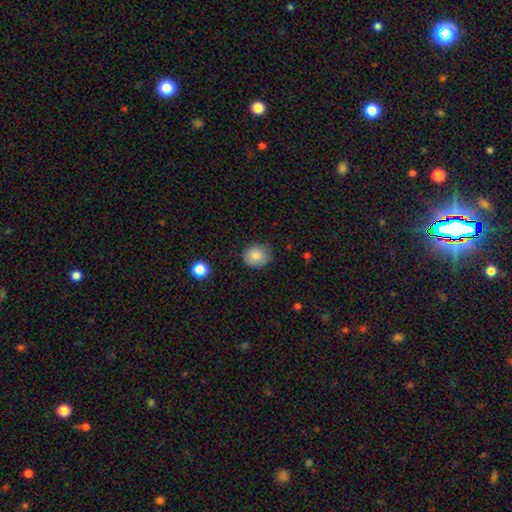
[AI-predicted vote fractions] Smooth or featured: smooth — 84% (star or artifact — 9%)
How rounded: round — 72% (in between — 28%)
Merging: none — 71% (minor disturbance — 23%)